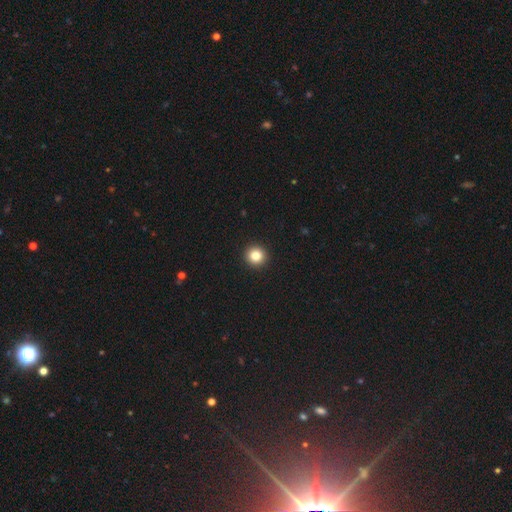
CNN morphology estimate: Smooth or featured? smooth (84%)
How rounded? round (95%)
Merging? none (94%)